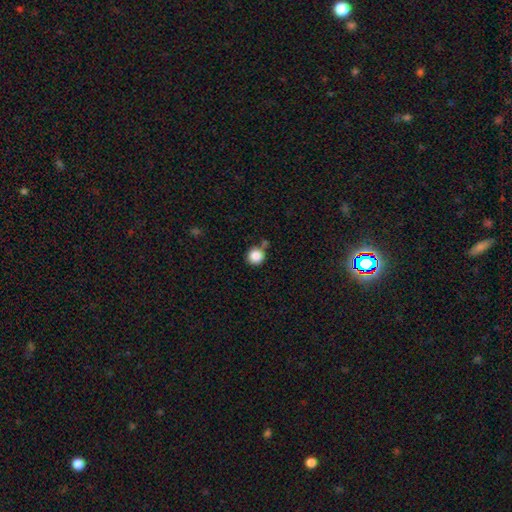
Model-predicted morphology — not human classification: A smooth galaxy with no disk features (87%) that is round (93%). Merging: none (70%).